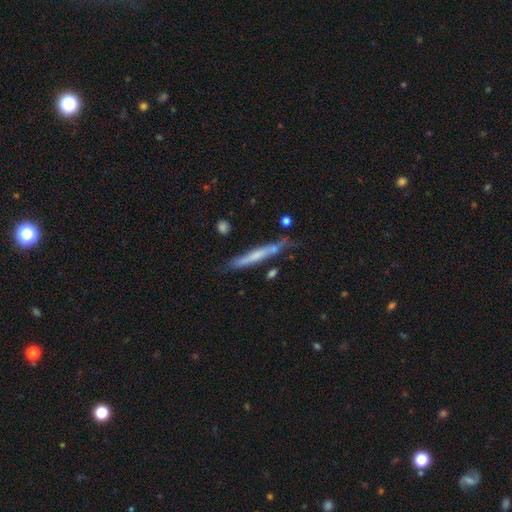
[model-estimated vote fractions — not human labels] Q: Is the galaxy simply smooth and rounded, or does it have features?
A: smooth — 50%.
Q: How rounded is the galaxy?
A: cigar-shaped — 95%.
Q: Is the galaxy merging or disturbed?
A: none — 67%.